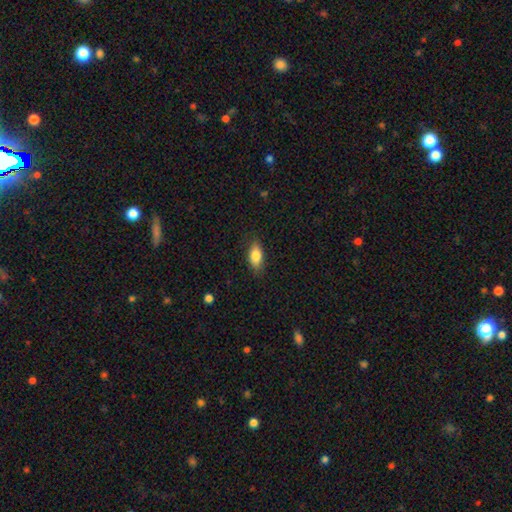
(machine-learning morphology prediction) smooth 83%, featured or disk 10%, star or artifact 7%. Down the decision tree: how rounded — in between (85%); merging — none (85%).